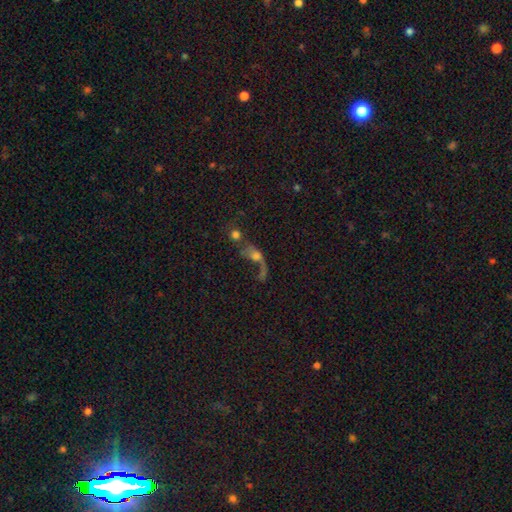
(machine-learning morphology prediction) Q: Smooth or featured?
A: smooth (42%); runner-up: featured or disk (41%)
Q: Merging?
A: merger (45%); runner-up: major disturbance (29%)